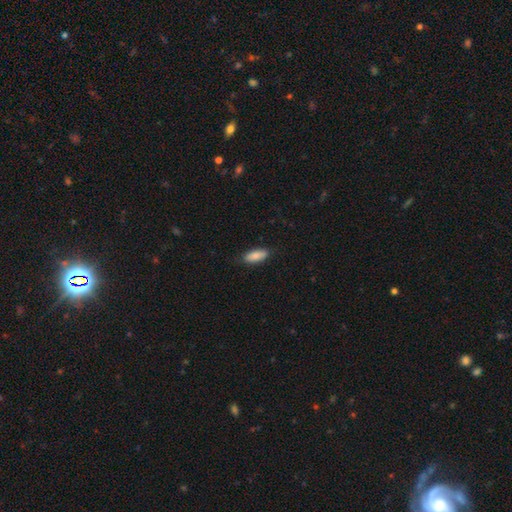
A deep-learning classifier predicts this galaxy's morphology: smooth 87%, featured or disk 7%, star or artifact 6%. Down the decision tree: how rounded — in between (77%); merging — none (84%).